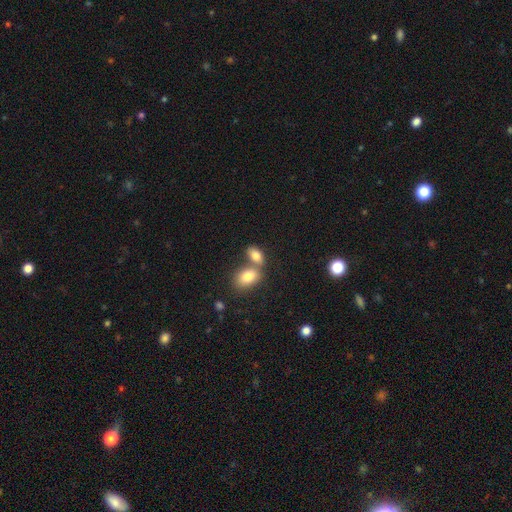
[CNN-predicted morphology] A smooth galaxy with no disk features (81%) that is in between round and cigar-shaped (88%). Merging: merger (52%).